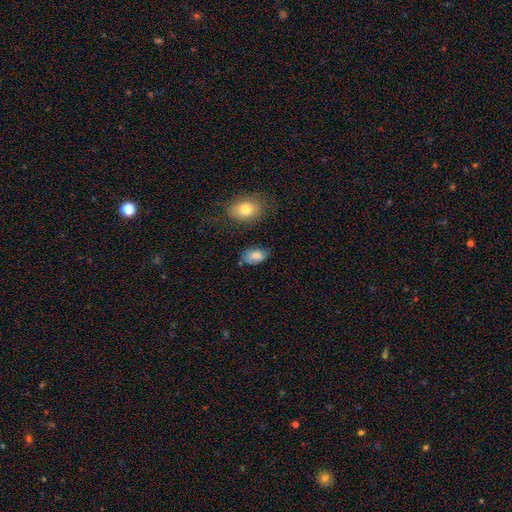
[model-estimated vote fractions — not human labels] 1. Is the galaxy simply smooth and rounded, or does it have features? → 81% smooth, 11% featured or disk, 8% star or artifact.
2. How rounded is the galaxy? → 93% in between, 6% round, 2% cigar-shaped.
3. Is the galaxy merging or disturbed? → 65% none, 25% minor disturbance, 6% major disturbance, 4% merger.